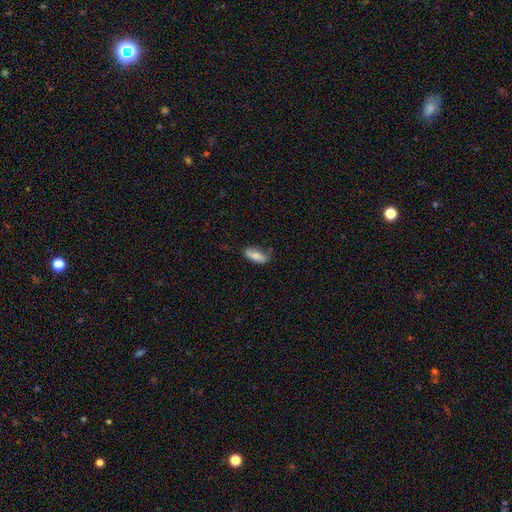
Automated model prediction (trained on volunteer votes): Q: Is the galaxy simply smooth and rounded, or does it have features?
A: smooth — 79%.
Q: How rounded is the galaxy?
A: in between — 77%.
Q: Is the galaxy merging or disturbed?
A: none — 60%.